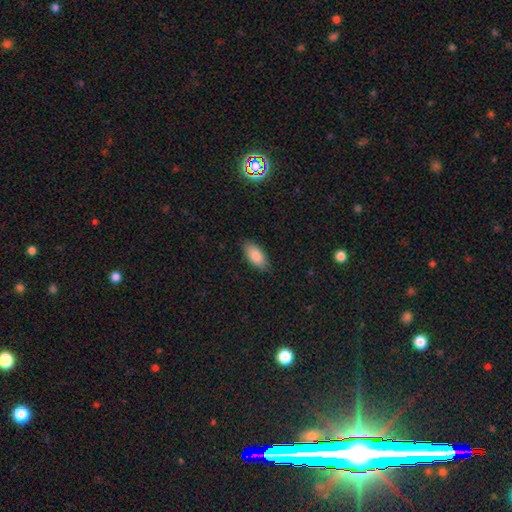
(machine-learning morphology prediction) This appears to be a smooth galaxy with no disk features (87%) that is in between round and cigar-shaped (91%). Merging: none (85%).